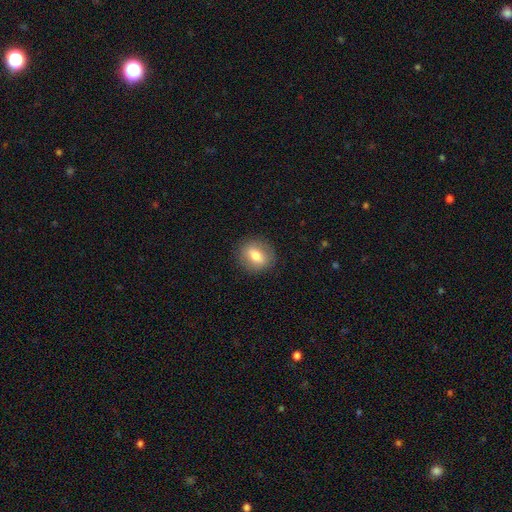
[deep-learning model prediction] Smooth or featured? smooth (69%)
How rounded? round (65%)
Merging? none (87%)